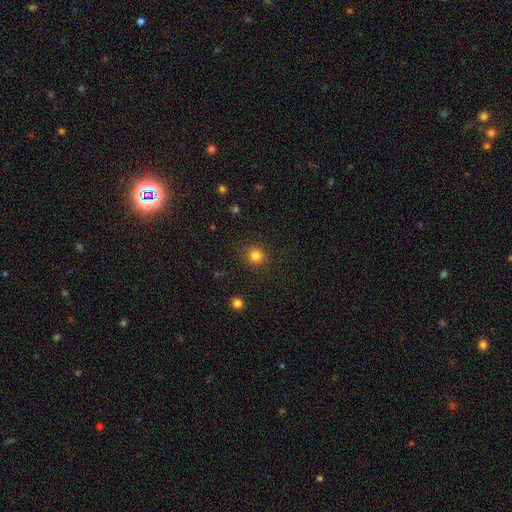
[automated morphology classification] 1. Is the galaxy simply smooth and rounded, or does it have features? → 83% smooth, 13% star or artifact, 5% featured or disk.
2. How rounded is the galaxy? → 92% round, 7% in between, 1% cigar-shaped.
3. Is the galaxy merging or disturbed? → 90% none, 7% minor disturbance, 2% major disturbance, 1% merger.